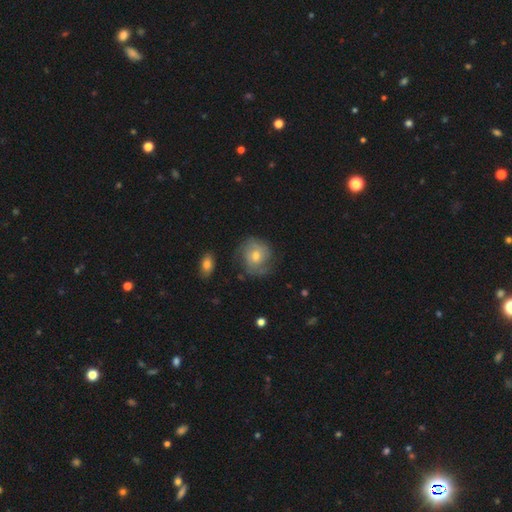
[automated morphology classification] Smooth or featured? Predicted: featured or disk (p=0.48). Merging? Predicted: none (p=0.63).